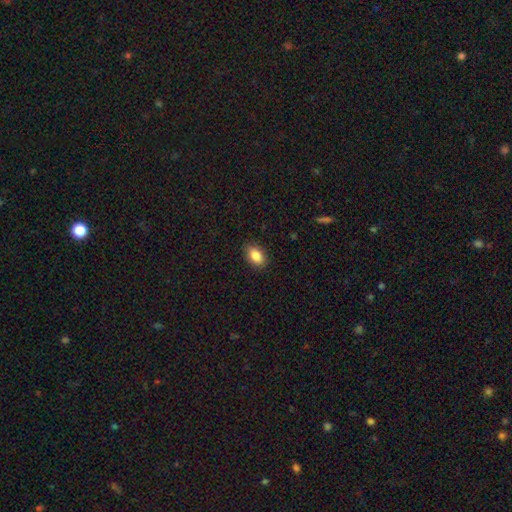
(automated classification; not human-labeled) Q: Smooth or featured?
A: smooth (86%); runner-up: star or artifact (8%)
Q: How rounded?
A: in between (88%); runner-up: round (10%)
Q: Merging?
A: none (87%); runner-up: minor disturbance (9%)